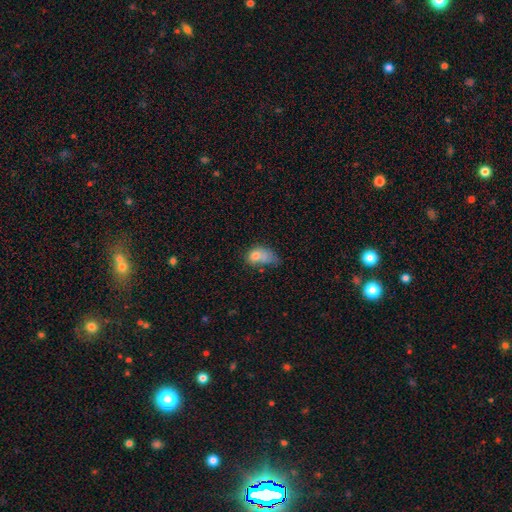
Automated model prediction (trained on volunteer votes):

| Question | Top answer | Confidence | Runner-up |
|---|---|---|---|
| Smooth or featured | smooth | 72% | featured or disk (17%) |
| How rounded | in between | 77% | round (21%) |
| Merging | major disturbance | 35% | minor disturbance (28%) |